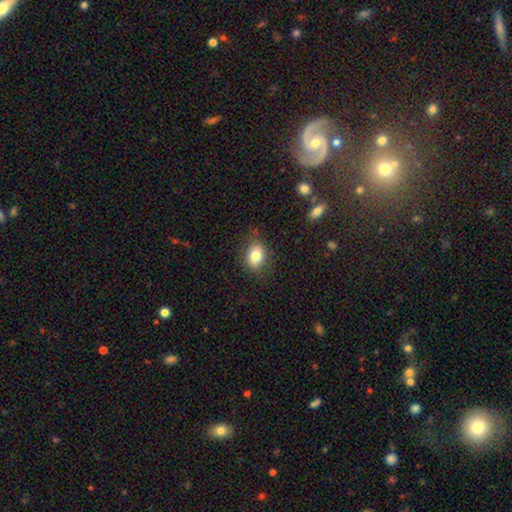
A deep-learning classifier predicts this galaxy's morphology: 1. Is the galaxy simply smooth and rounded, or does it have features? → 80% smooth, 11% featured or disk, 9% star or artifact.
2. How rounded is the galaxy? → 67% in between, 31% round, 1% cigar-shaped.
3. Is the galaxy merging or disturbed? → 75% none, 18% minor disturbance, 5% major disturbance, 2% merger.